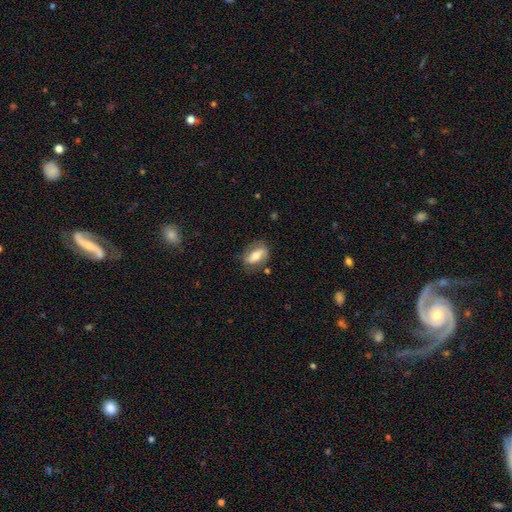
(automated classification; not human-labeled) Smooth or featured? Predicted: smooth (p=0.55). How rounded? Predicted: in between (p=0.78). Merging? Predicted: none (p=0.71).